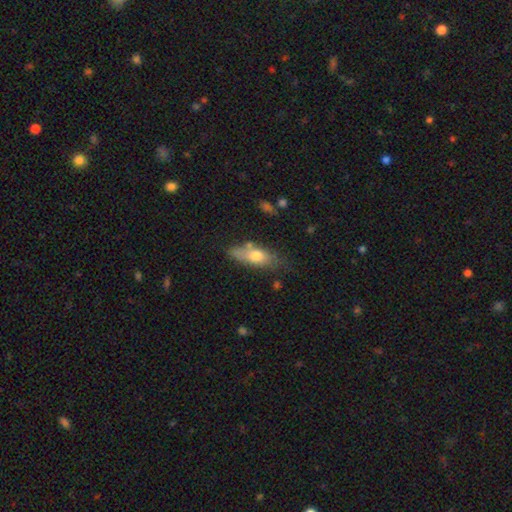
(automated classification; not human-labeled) Smooth or featured? Predicted: smooth (p=0.68). How rounded? Predicted: in between (p=0.69). Merging? Predicted: none (p=0.62).